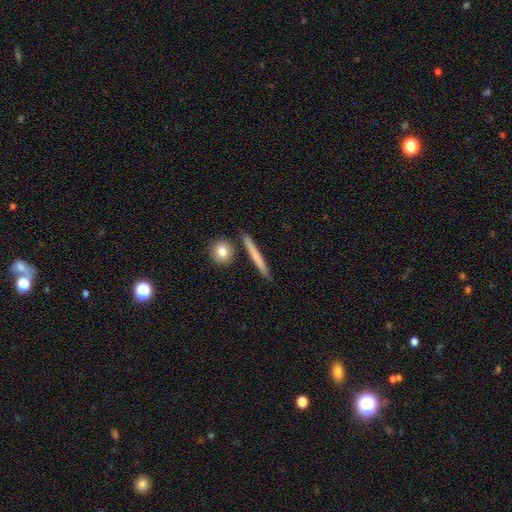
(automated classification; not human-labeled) smooth-or-featured: smooth: 65% | featured or disk: 30% | star or artifact: 6%
  how-rounded: cigar-shaped: 93% | round: 4% | in between: 3%
  merging: none: 87% | minor disturbance: 8% | merger: 4% | major disturbance: 2%